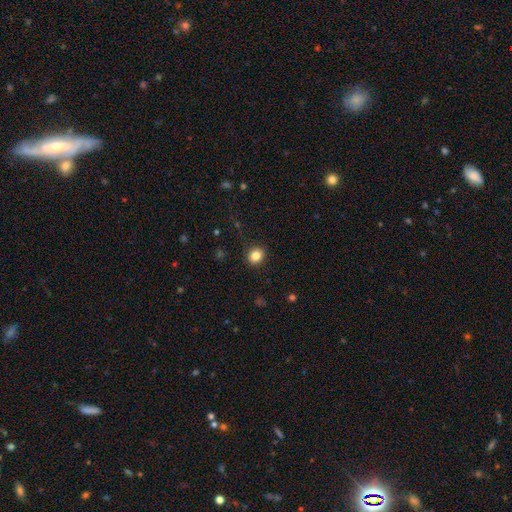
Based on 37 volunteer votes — This appears to be a smooth galaxy with no disk features (86%) that is round (97%). Merging: none (74%).